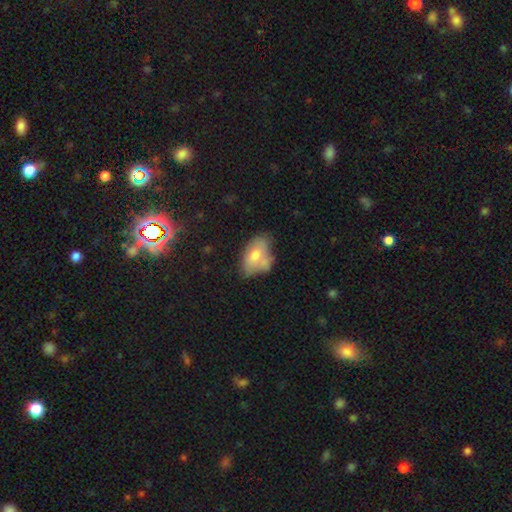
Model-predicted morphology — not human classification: smooth-or-featured: smooth: 66% | featured or disk: 25% | star or artifact: 9%
  how-rounded: in between: 88% | round: 11% | cigar-shaped: 2%
  merging: none: 40% | minor disturbance: 29% | merger: 21% | major disturbance: 10%